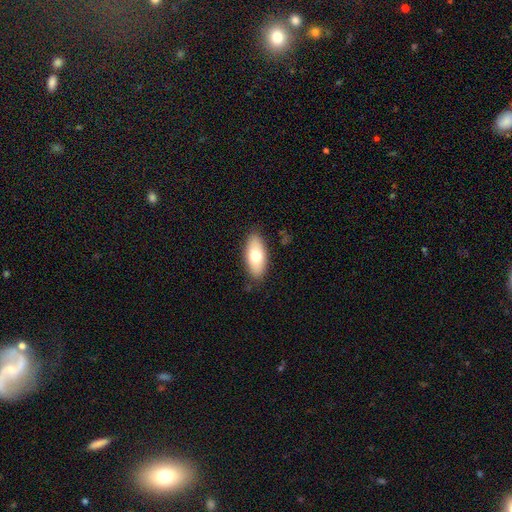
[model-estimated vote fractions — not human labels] Overall: smooth (72%). How rounded: in between (89%). Merging: none (85%).